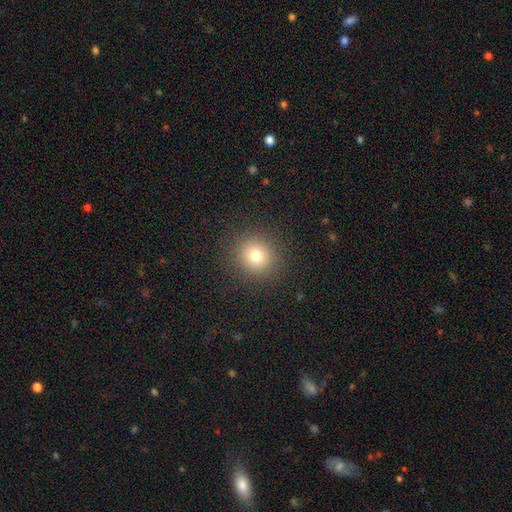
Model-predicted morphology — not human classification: smooth-or-featured: smooth: 79% | star or artifact: 14% | featured or disk: 8%
  how-rounded: round: 89% | in between: 10% | cigar-shaped: 1%
  merging: none: 90% | minor disturbance: 6% | major disturbance: 3% | merger: 1%